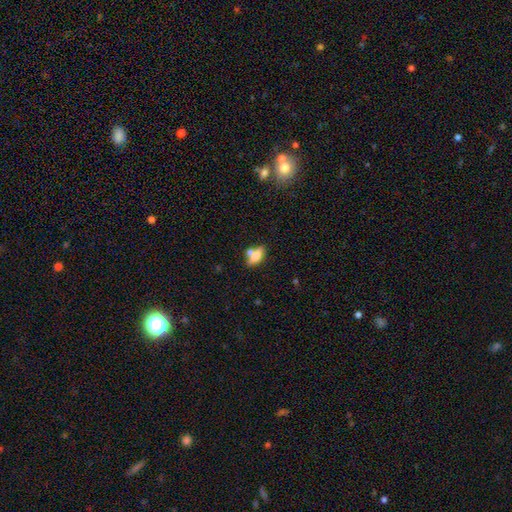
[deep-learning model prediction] This appears to be a smooth galaxy with no disk features (62%) that is in between round and cigar-shaped (69%). Merging: none (54%).